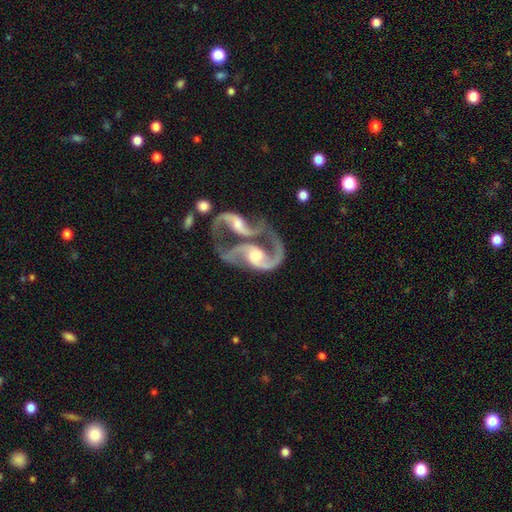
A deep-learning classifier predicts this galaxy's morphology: A featured or disk galaxy (89%) with no bar (52%), 2 (83%) loose (46%) spiral arms (96%) and a moderate central bulge (59%). Merging: merger (68%).